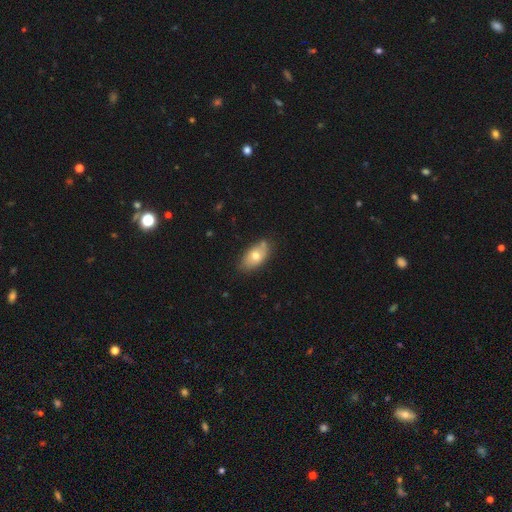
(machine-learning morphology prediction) Smooth or featured?
  - smooth: 69% *
  - featured or disk: 24%
  - star or artifact: 7%
How rounded?
  - in between: 92% *
  - round: 5%
  - cigar-shaped: 3%
Merging?
  - none: 70% *
  - minor disturbance: 21%
  - merger: 5%
  - major disturbance: 4%